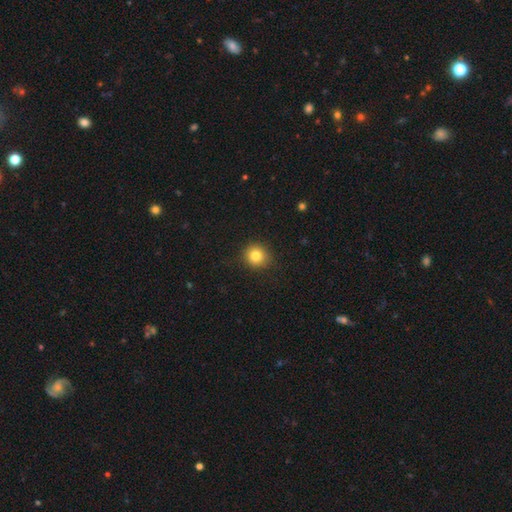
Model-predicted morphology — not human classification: type=smooth (82%); roundness=round (91%); merging=none (90%).